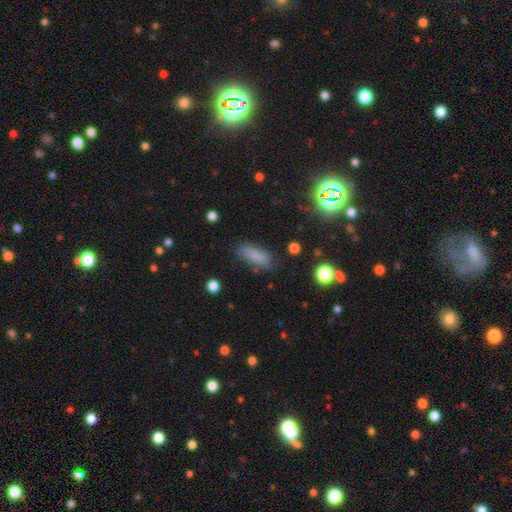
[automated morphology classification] This appears to be a smooth galaxy with no disk features (81%) that is in between round and cigar-shaped (69%). Merging: none (77%).